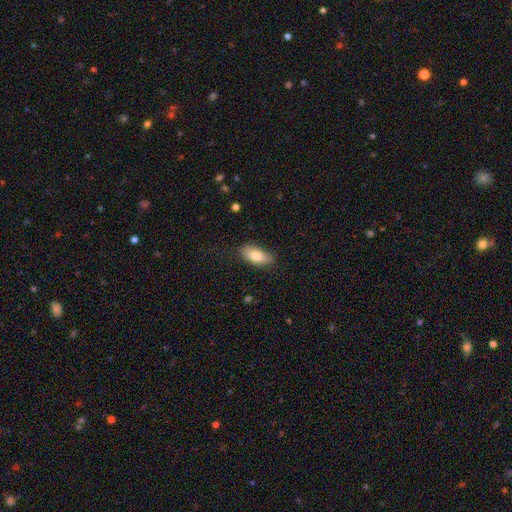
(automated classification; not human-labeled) This appears to be a smooth galaxy with no disk features (81%) that is in between round and cigar-shaped (87%). Merging: none (82%).